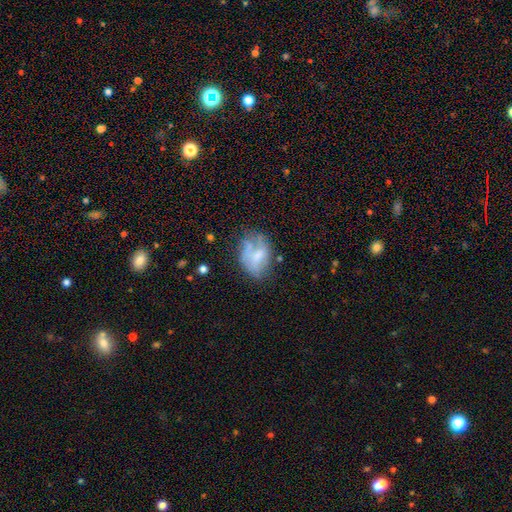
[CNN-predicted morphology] Smooth or featured?
  - featured or disk: 47% *
  - smooth: 43%
  - star or artifact: 10%
Merging?
  - none: 42% *
  - minor disturbance: 29%
  - major disturbance: 22%
  - merger: 7%